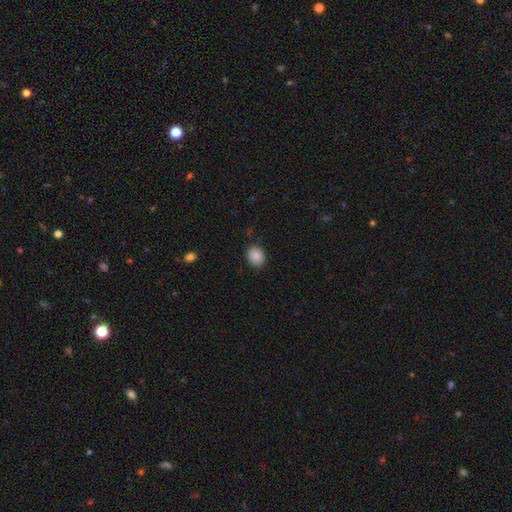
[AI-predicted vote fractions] Smooth or featured? Predicted: smooth (p=0.88). How rounded? Predicted: round (p=0.58). Merging? Predicted: none (p=0.85).